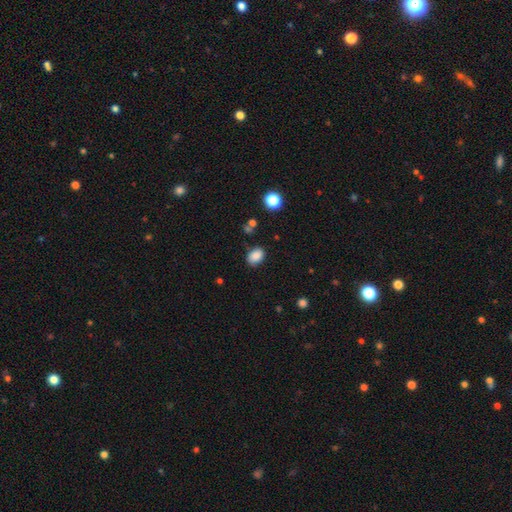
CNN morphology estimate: A smooth galaxy with no disk features (86%) that is in between round and cigar-shaped (75%). Merging: none (81%).